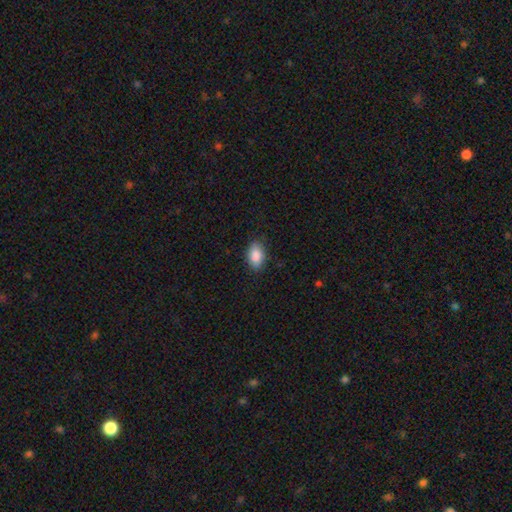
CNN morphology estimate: Q: Smooth or featured?
A: smooth (88%); runner-up: star or artifact (7%)
Q: How rounded?
A: in between (90%); runner-up: round (8%)
Q: Merging?
A: none (83%); runner-up: minor disturbance (13%)